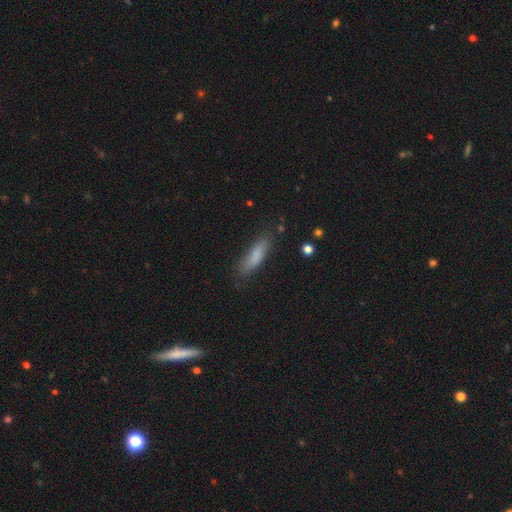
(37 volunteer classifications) smooth_or_featured: smooth (p=0.84) [alt: featured or disk p=0.11]
how_rounded: cigar-shaped (p=0.65) [alt: in between p=0.35]
merging: none (p=0.94) [alt: minor disturbance p=0.06]